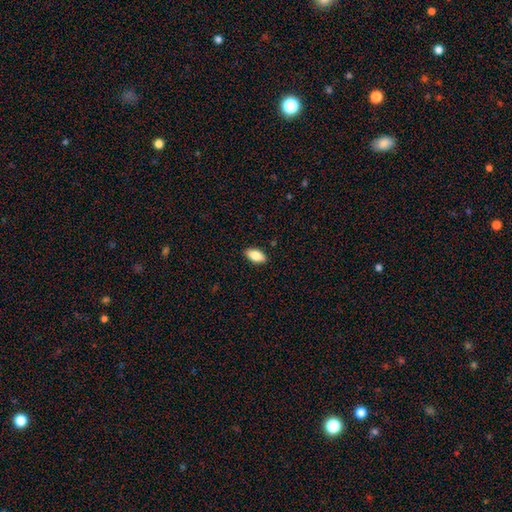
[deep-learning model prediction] This appears to be a smooth galaxy with no disk features (84%) that is in between round and cigar-shaped (91%). Merging: none (89%).